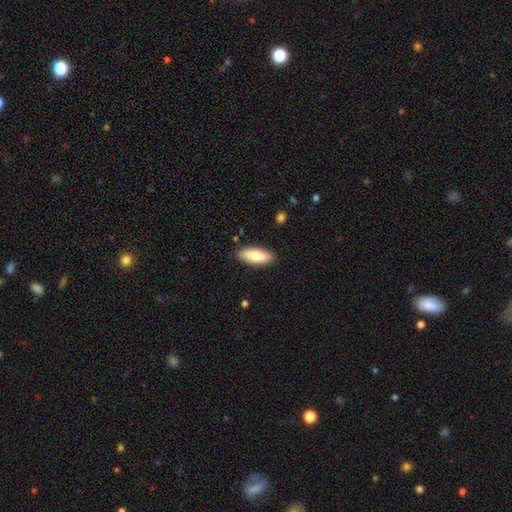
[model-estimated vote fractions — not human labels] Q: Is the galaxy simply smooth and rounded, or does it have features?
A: smooth — 81%.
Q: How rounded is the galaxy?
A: in between — 76%.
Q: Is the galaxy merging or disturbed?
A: none — 87%.